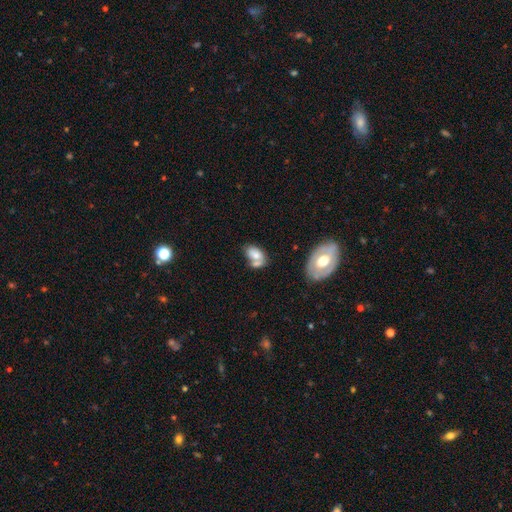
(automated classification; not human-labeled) This appears to be a smooth galaxy with no disk features (71%) that is in between round and cigar-shaped (89%). Merging: merger (45%).